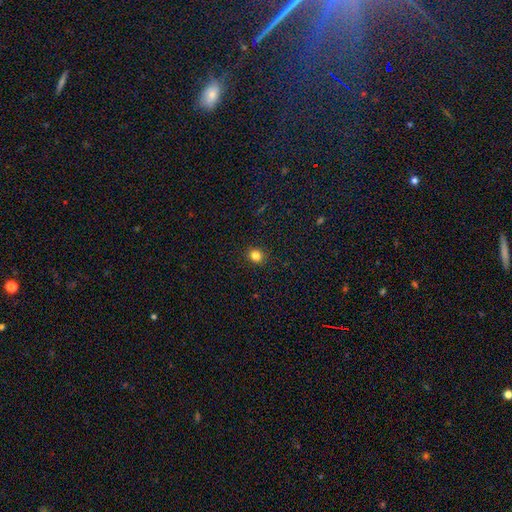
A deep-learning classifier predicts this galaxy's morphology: smooth 82%, star or artifact 13%, featured or disk 5%. Down the decision tree: how rounded — round (78%); merging — none (91%).